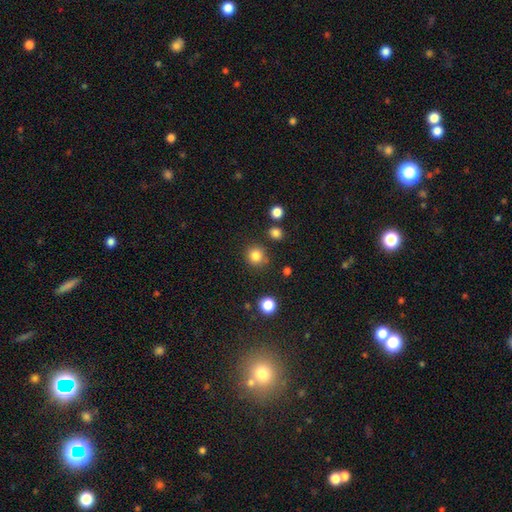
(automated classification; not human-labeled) This is clearly a smooth galaxy (83%). How rounded: clearly round (92%). Merging: clearly none (82%).